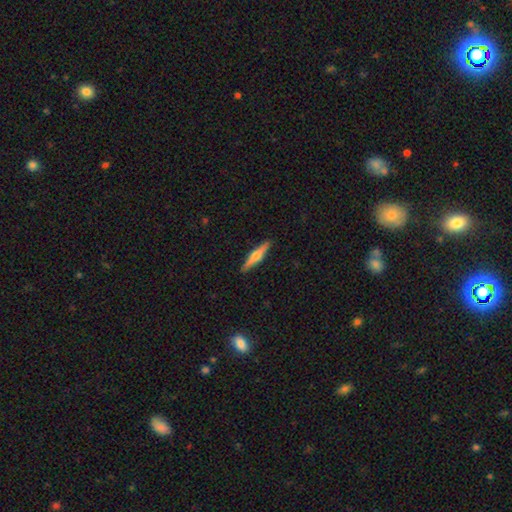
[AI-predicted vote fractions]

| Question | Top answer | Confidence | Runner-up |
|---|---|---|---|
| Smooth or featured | featured or disk | 58% | smooth (36%) |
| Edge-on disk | yes | 97% | no (3%) |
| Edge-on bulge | rounded | 87% | none (7%) |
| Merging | none | 91% | minor disturbance (6%) |